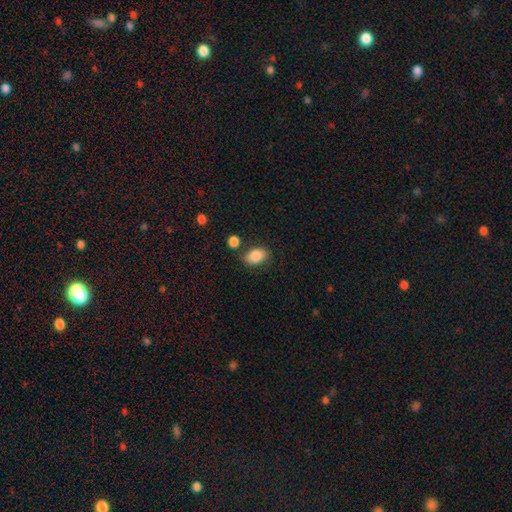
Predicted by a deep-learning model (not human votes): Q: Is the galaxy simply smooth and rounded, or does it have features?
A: smooth — 85%.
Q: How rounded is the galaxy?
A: in between — 83%.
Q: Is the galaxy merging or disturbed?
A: none — 71%.